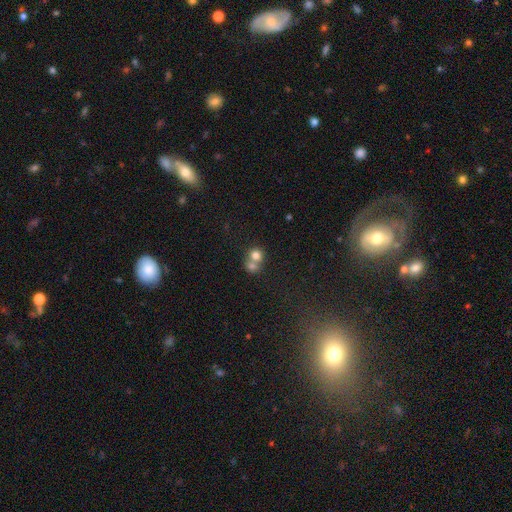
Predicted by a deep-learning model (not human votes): A smooth galaxy with no disk features (76%) that is round (79%).

Vote fractions:
- Smooth or featured? smooth: 76% / featured or disk: 14% / star or artifact: 11%
- How rounded? round: 79% / in between: 20% / cigar-shaped: 1%
- Merging? merger: 63% / none: 29% / minor disturbance: 5% / major disturbance: 3%